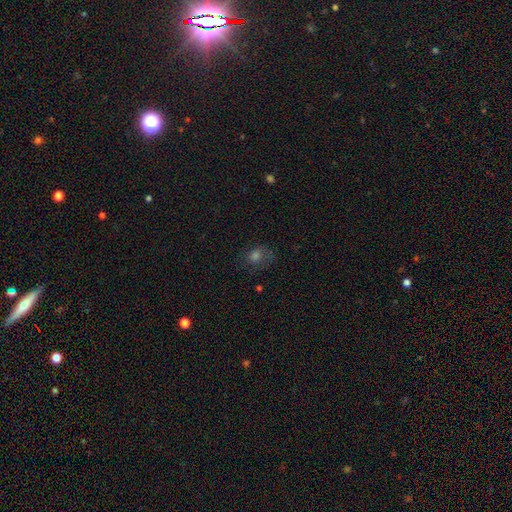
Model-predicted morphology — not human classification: type=smooth (56%); roundness=round (55%); merging=none (63%).